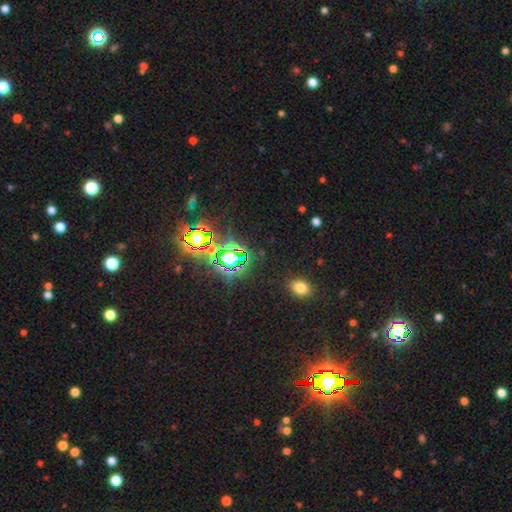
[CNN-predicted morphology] star or artifact 70%, smooth 22%, featured or disk 7%.